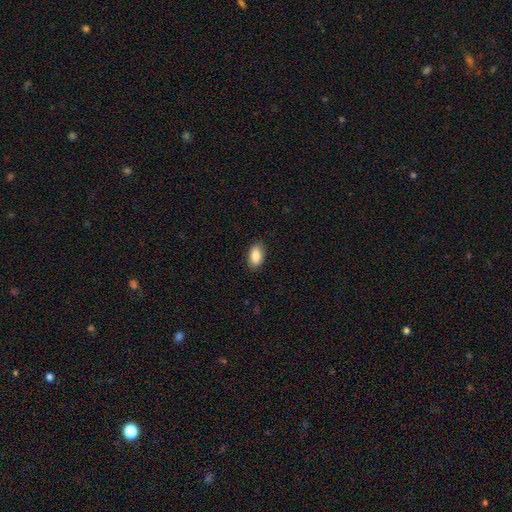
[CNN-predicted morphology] Q: Smooth or featured?
A: smooth (86%); runner-up: star or artifact (7%)
Q: How rounded?
A: in between (93%); runner-up: round (5%)
Q: Merging?
A: none (87%); runner-up: minor disturbance (10%)